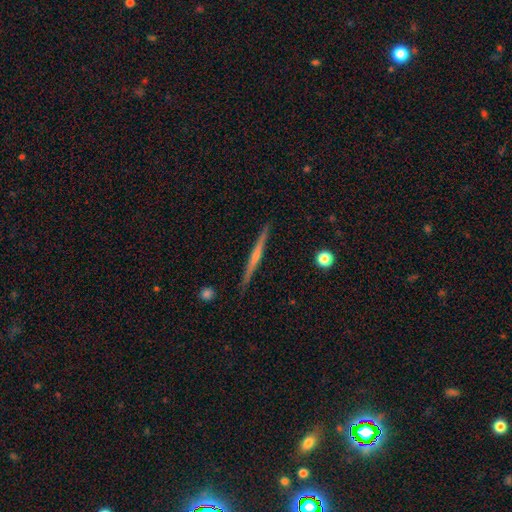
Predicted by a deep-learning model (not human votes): A featured or disk galaxy (69%) viewed edge-on (98%) with a rounded central bulge (51%).

Vote fractions:
- Smooth or featured? featured or disk: 69% / smooth: 25% / star or artifact: 6%
- Edge-on disk? yes: 98% / no: 2%
- Edge-on bulge? rounded: 51% / none: 41% / boxy: 8%
- Merging? none: 91% / minor disturbance: 7% / major disturbance: 1% / merger: 1%